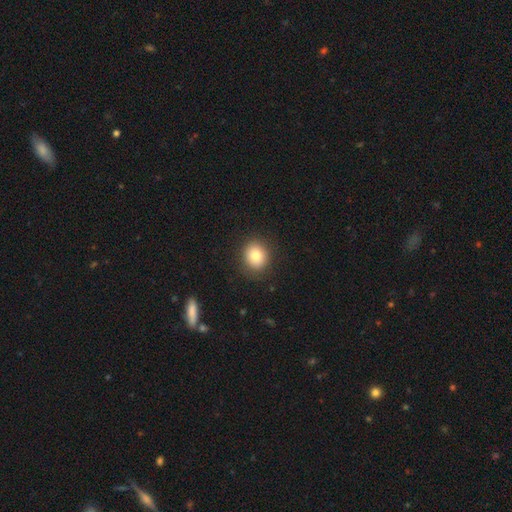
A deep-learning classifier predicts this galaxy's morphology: smooth_or_featured: smooth (p=0.81) [alt: featured or disk p=0.10]
how_rounded: round (p=0.74) [alt: in between p=0.25]
merging: none (p=0.88) [alt: minor disturbance p=0.08]